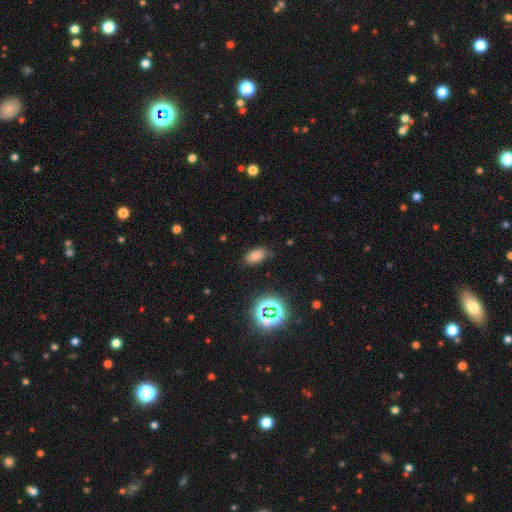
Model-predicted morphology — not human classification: Q: Smooth or featured?
A: smooth (75%); runner-up: star or artifact (19%)
Q: How rounded?
A: in between (91%); runner-up: round (7%)
Q: Merging?
A: none (80%); runner-up: minor disturbance (14%)